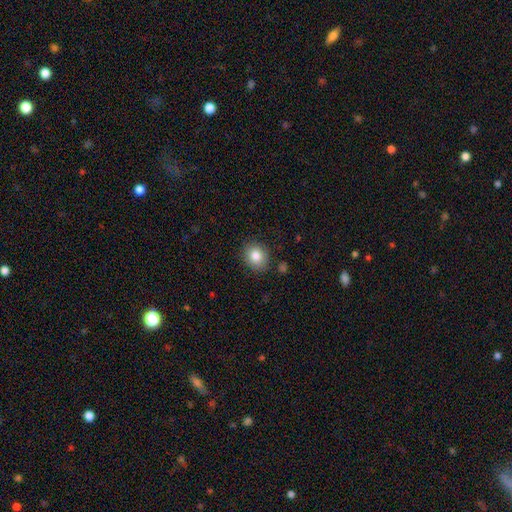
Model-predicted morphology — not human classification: smooth-or-featured: smooth: 83% | star or artifact: 9% | featured or disk: 7%
  how-rounded: round: 63% | in between: 36% | cigar-shaped: 1%
  merging: none: 86% | minor disturbance: 9% | major disturbance: 3% | merger: 2%